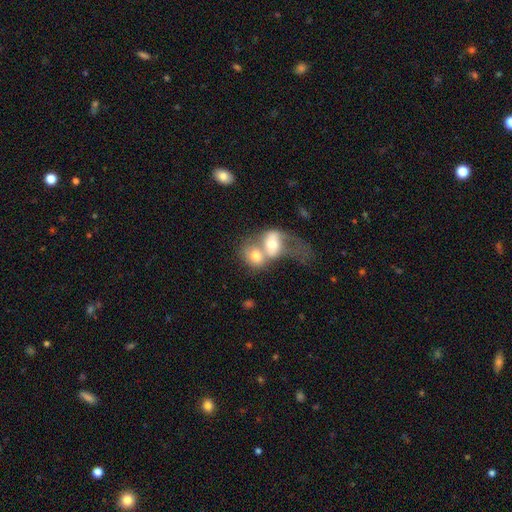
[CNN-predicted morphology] smooth-or-featured: smooth: 60% | featured or disk: 31% | star or artifact: 9%
  how-rounded: in between: 57% | round: 41% | cigar-shaped: 2%
  merging: merger: 78% | none: 9% | major disturbance: 9% | minor disturbance: 4%